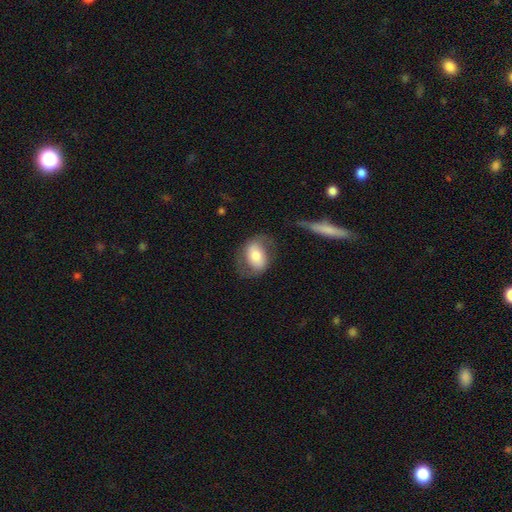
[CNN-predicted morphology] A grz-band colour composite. It shows a smooth galaxy with no disk features (53%) that is in between round and cigar-shaped (76%). Merging: none (60%).